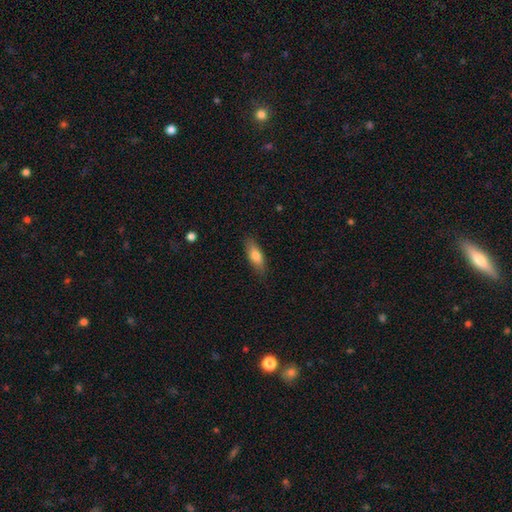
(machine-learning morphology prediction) Smooth or featured?
  - smooth: 76% *
  - featured or disk: 18%
  - star or artifact: 6%
How rounded?
  - in between: 60% *
  - cigar-shaped: 37%
  - round: 2%
Merging?
  - none: 85% *
  - minor disturbance: 11%
  - major disturbance: 2%
  - merger: 1%